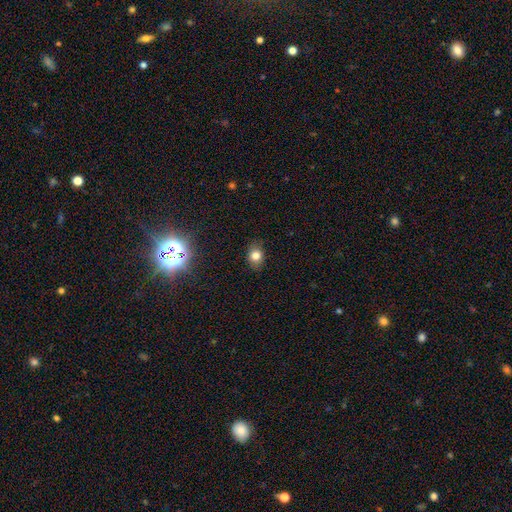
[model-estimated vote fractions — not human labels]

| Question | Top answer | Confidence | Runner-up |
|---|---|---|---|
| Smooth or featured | smooth | 78% | star or artifact (14%) |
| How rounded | in between | 53% | round (46%) |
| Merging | none | 84% | minor disturbance (12%) |